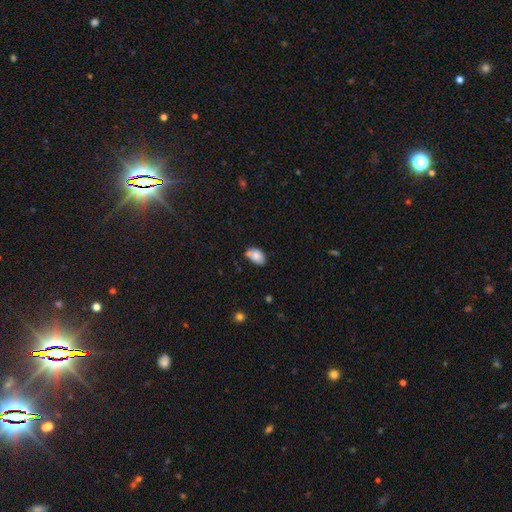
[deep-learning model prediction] Morphology: type=smooth (81%); roundness=in between (87%); merging=none (55%).